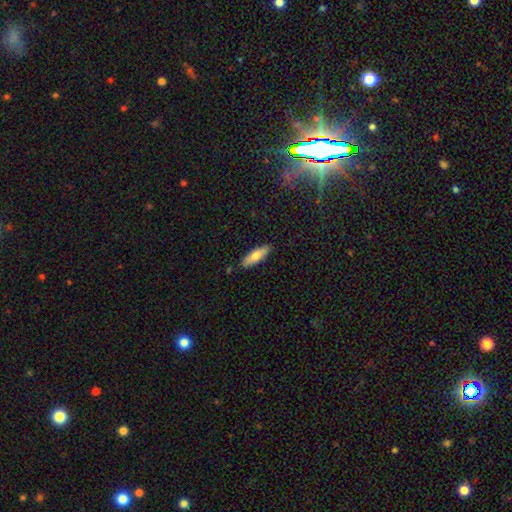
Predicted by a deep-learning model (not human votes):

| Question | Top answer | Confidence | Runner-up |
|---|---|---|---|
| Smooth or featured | smooth | 73% | featured or disk (21%) |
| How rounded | in between | 51% | cigar-shaped (48%) |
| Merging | none | 87% | minor disturbance (9%) |